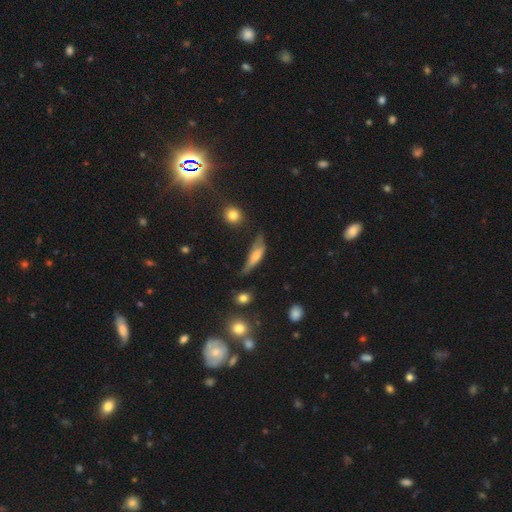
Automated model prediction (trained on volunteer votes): smooth 57%, featured or disk 35%, star or artifact 8%. Down the decision tree: how rounded — cigar-shaped (54%); merging — minor disturbance (39%).